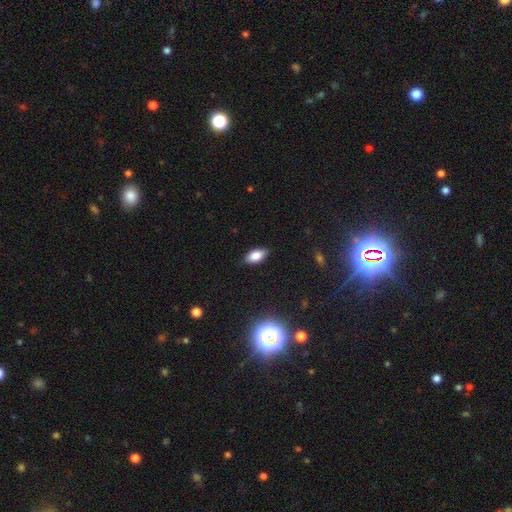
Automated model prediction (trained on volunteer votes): The model was most divided on "smooth or featured": smooth: 80%, featured or disk: 10%, star or artifact: 9%. More confident: how rounded — in between (90%); merging — none (84%).